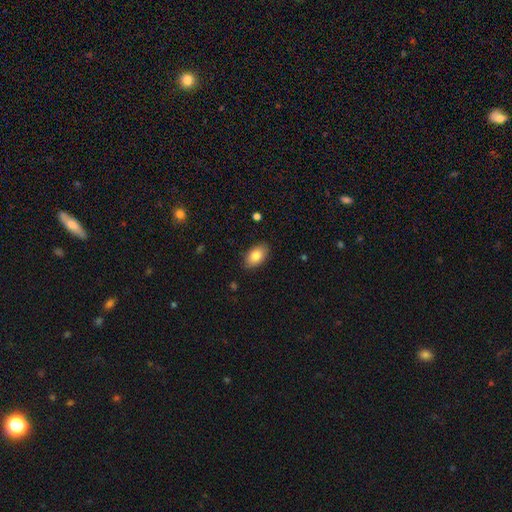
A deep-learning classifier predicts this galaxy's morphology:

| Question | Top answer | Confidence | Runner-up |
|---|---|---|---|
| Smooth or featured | smooth | 84% | featured or disk (9%) |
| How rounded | in between | 92% | round (6%) |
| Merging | none | 87% | minor disturbance (10%) |